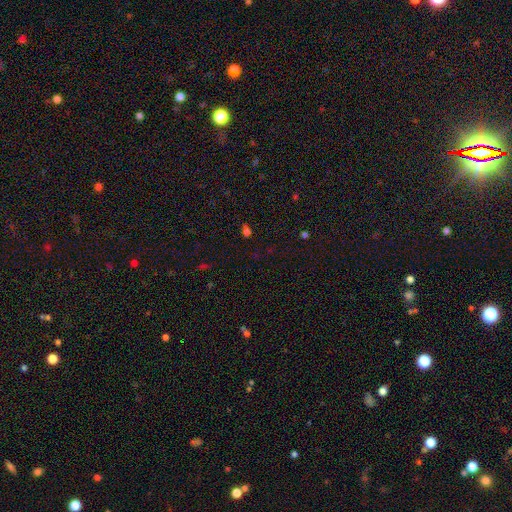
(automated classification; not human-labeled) A star or artifact, not a galaxy (54%).

Vote fractions:
- Smooth or featured? star or artifact: 54% / smooth: 38% / featured or disk: 8%